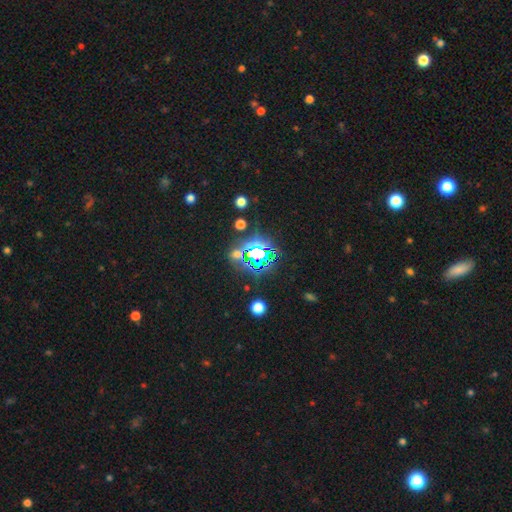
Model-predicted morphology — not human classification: Smooth or featured: star or artifact — 73% (smooth — 17%)